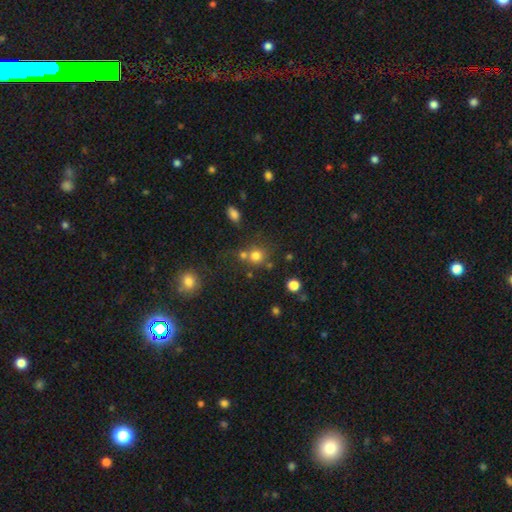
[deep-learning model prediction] A smooth galaxy with no disk features (76%) that is round (87%).

Vote fractions:
- Smooth or featured? smooth: 76% / star or artifact: 16% / featured or disk: 9%
- How rounded? round: 87% / in between: 12% / cigar-shaped: 1%
- Merging? none: 58% / merger: 27% / minor disturbance: 10% / major disturbance: 5%